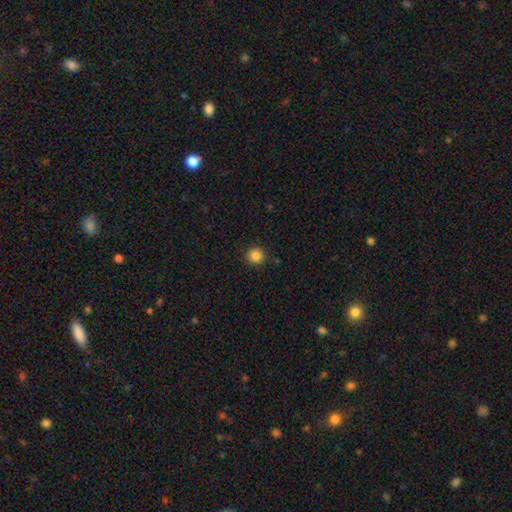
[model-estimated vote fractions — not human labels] smooth_or_featured: smooth (p=0.85) [alt: star or artifact p=0.11]
how_rounded: round (p=0.94) [alt: in between p=0.05]
merging: none (p=0.91) [alt: minor disturbance p=0.06]